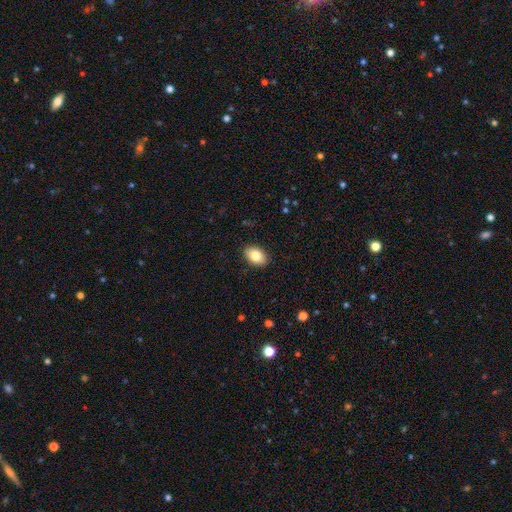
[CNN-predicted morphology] This is clearly a smooth galaxy (83%). How rounded: clearly in between (87%). Merging: clearly none (89%).